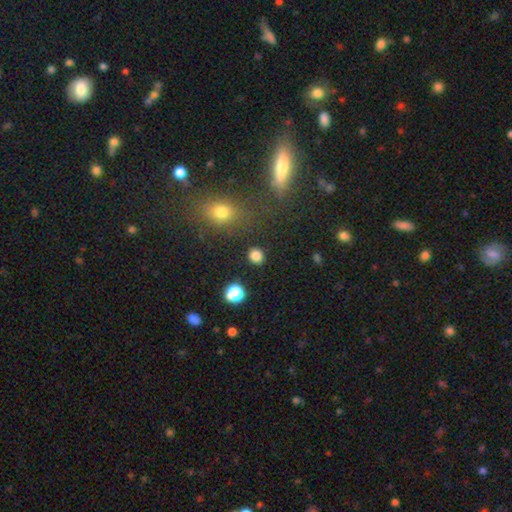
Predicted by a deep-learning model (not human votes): The model was most divided on "how rounded": round: 76%, in between: 23%, cigar-shaped: 1%. More confident: merging — none (88%); smooth or featured — smooth (83%).